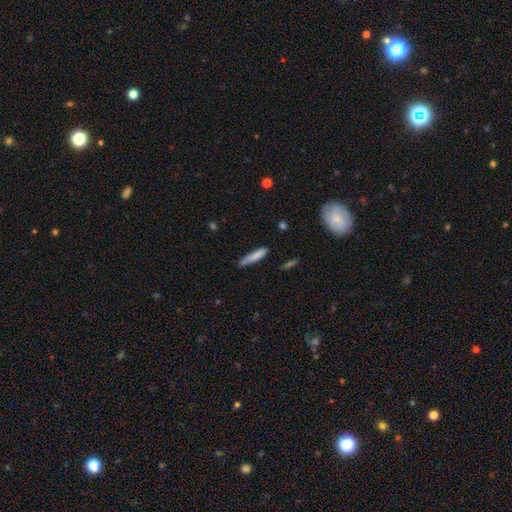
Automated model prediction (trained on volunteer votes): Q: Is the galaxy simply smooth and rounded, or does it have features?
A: smooth — 81%.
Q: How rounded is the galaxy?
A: cigar-shaped — 86%.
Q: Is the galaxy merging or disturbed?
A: none — 67%.